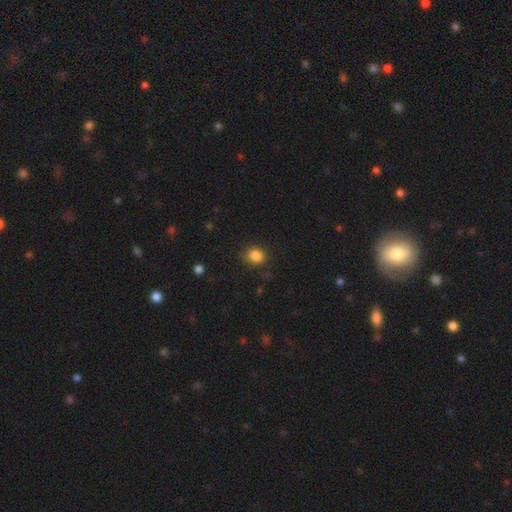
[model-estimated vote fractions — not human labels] Morphology: type=smooth (85%); roundness=round (75%); merging=none (82%).